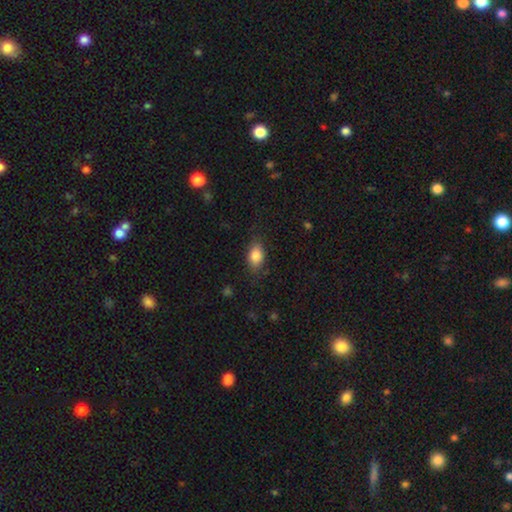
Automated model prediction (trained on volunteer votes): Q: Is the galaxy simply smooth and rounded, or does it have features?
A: smooth — 84%.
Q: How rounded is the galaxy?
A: in between — 83%.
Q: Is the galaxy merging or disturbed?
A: none — 77%.